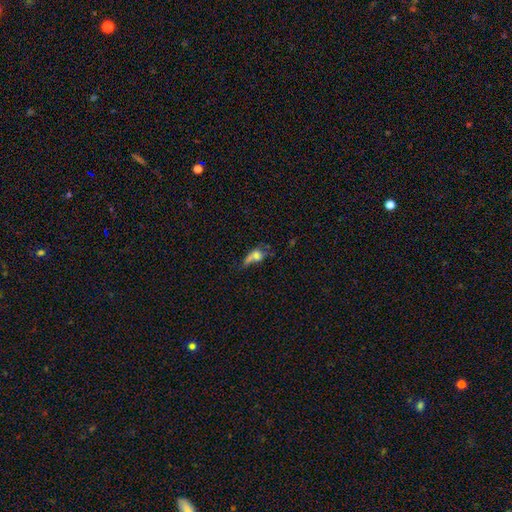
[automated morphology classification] smooth-or-featured: smooth: 63% | featured or disk: 24% | star or artifact: 13%
  how-rounded: in between: 63% | round: 28% | cigar-shaped: 9%
  merging: merger: 35% | major disturbance: 27% | none: 22% | minor disturbance: 17%